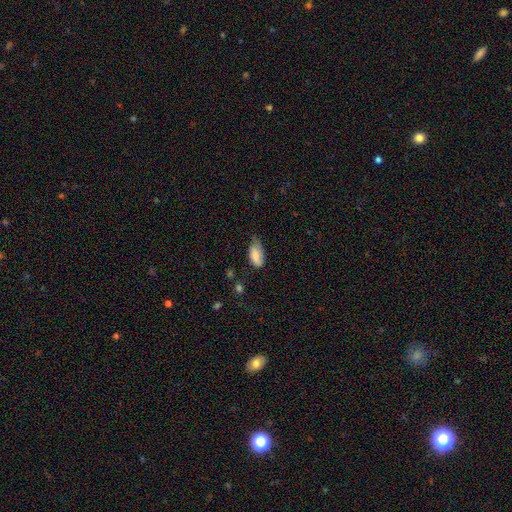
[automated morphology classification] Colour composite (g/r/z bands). It shows a smooth galaxy with no disk features (81%) that is in between round and cigar-shaped (92%). Merging: minor disturbance (44%).